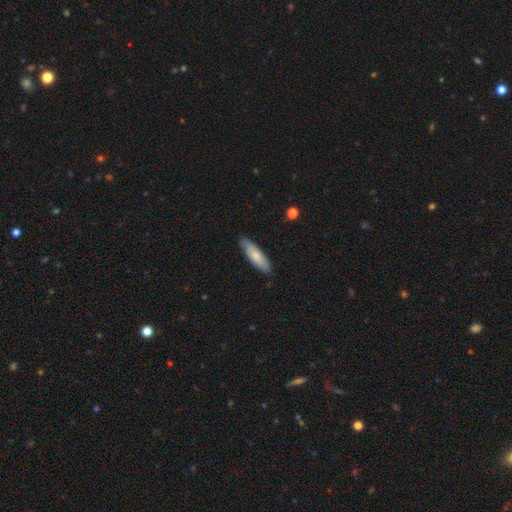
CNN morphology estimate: smooth_or_featured: smooth (p=0.73) [alt: featured or disk p=0.22]
how_rounded: cigar-shaped (p=0.59) [alt: in between p=0.40]
merging: none (p=0.81) [alt: minor disturbance p=0.16]